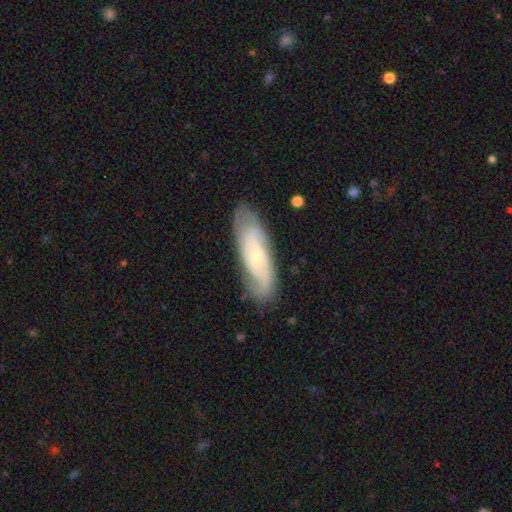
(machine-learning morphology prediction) Smooth or featured: featured or disk — 68% (smooth — 26%)
Edge-on disk: no — 84% (yes — 16%)
Bar: no — 62% (weak — 30%)
Spiral arms: yes — 89% (no — 11%)
Spiral winding: tight — 51% (medium — 36%)
Spiral arm count: 2 — 45% (can't tell — 38%)
Bulge size: small — 75% (moderate — 19%)
Merging: none — 76% (minor disturbance — 18%)